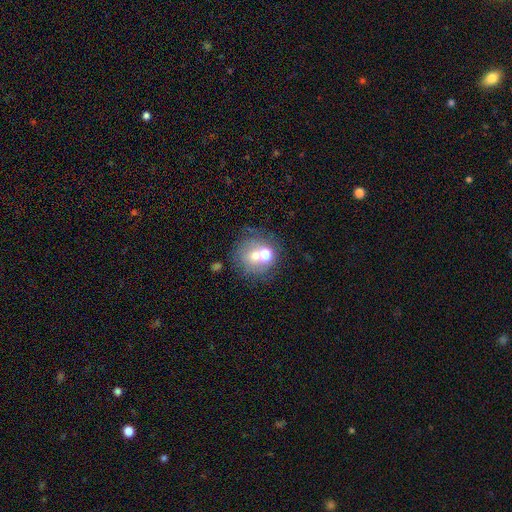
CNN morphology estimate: Smooth or featured? smooth (59%)
How rounded? round (85%)
Merging? none (49%)